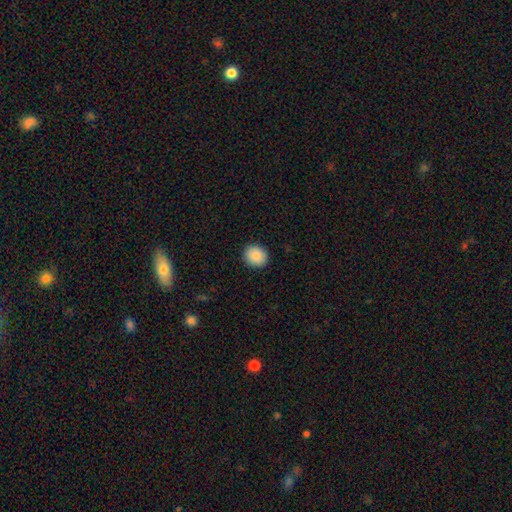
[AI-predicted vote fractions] Smooth or featured: smooth — 88% (star or artifact — 8%)
How rounded: round — 75% (in between — 24%)
Merging: none — 91% (minor disturbance — 6%)